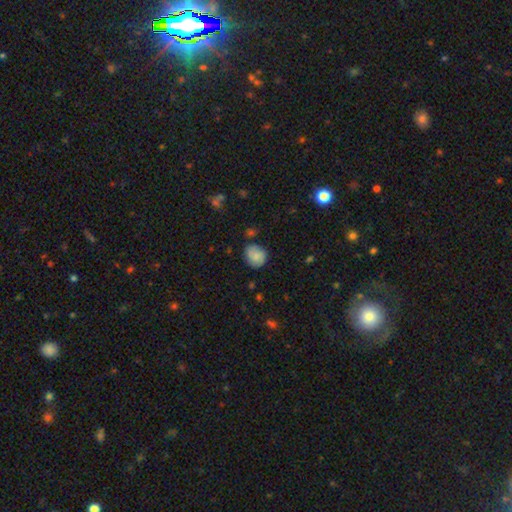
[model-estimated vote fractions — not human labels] Q: Smooth or featured?
A: smooth (74%); runner-up: featured or disk (18%)
Q: How rounded?
A: round (74%); runner-up: in between (25%)
Q: Merging?
A: none (67%); runner-up: minor disturbance (25%)